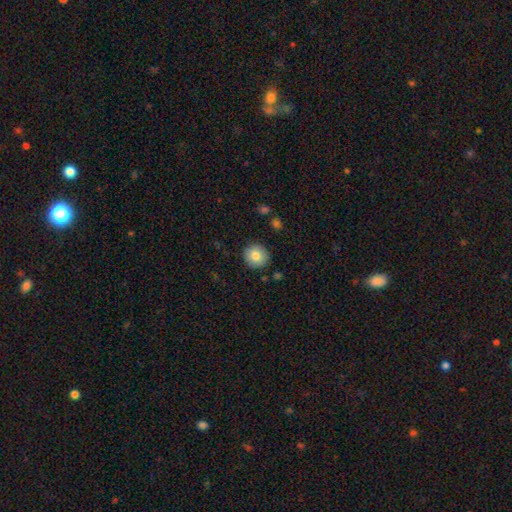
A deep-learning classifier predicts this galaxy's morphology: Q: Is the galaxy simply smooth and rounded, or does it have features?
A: smooth — 82%.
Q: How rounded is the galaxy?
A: round — 93%.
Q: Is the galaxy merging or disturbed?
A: none — 90%.